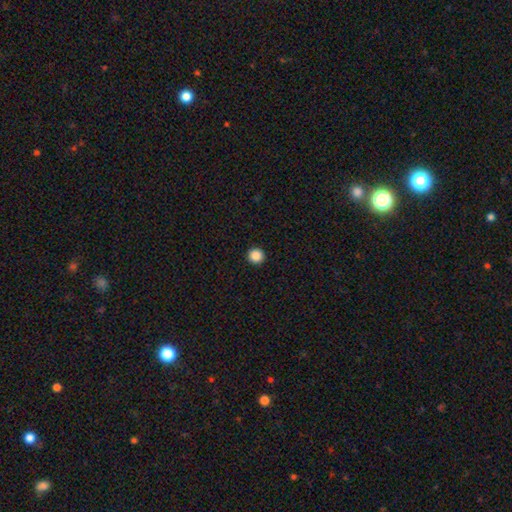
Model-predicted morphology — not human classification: This is clearly a smooth galaxy (87%). How rounded: clearly round (96%). Merging: clearly none (94%).